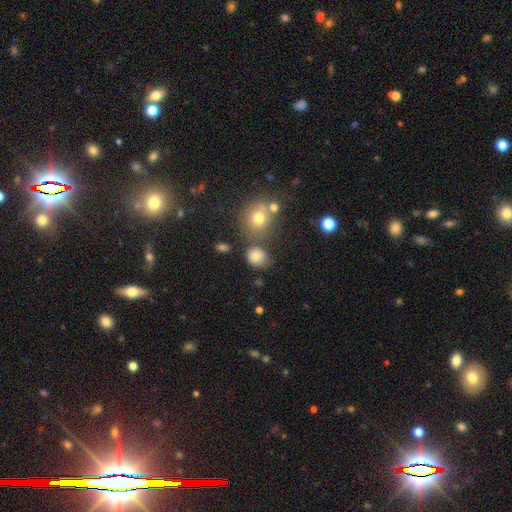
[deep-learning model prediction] Overall: smooth (78%). How rounded: round (65%; in between 33%). Merging: none (67%).